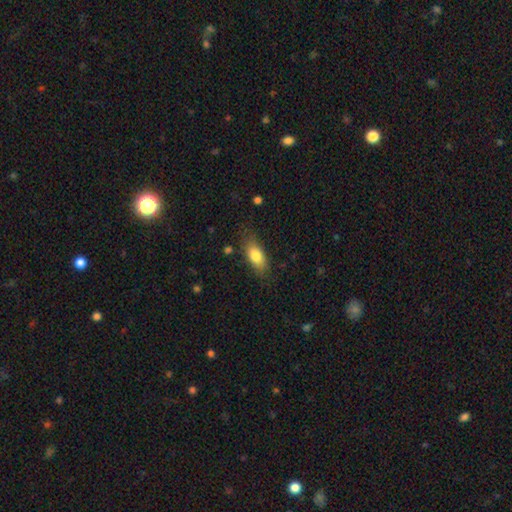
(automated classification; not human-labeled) Overall: smooth (79%). How rounded: in between (84%). Merging: none (78%).